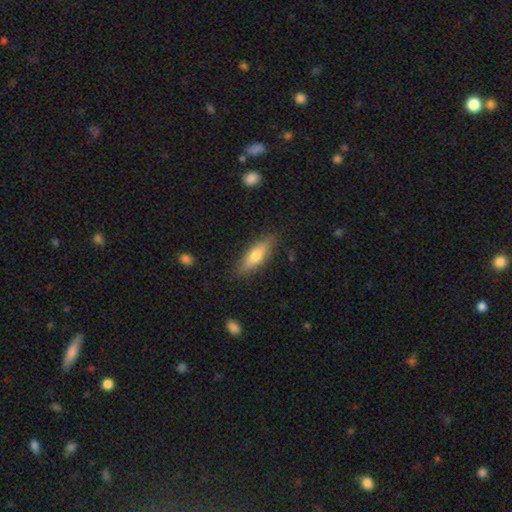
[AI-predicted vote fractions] A smooth galaxy with no disk features (69%) that is cigar-shaped (52%). Merging: none (85%).